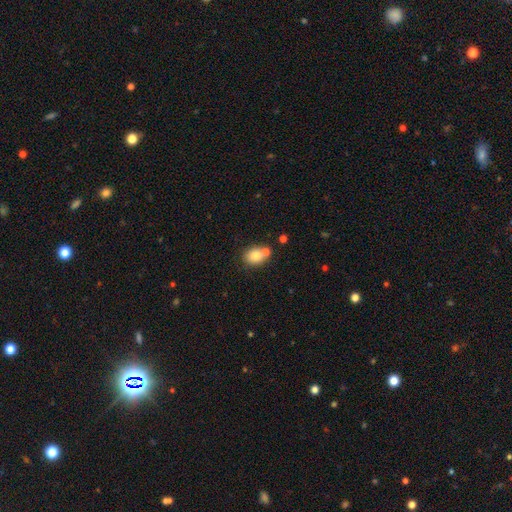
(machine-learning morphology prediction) type=smooth (80%); roundness=round (57%); merging=none (56%).